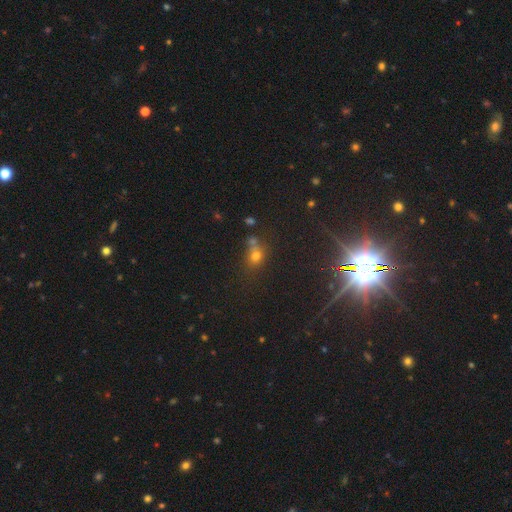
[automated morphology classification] type=smooth (66%); roundness=round (64%); merging=none (48%).